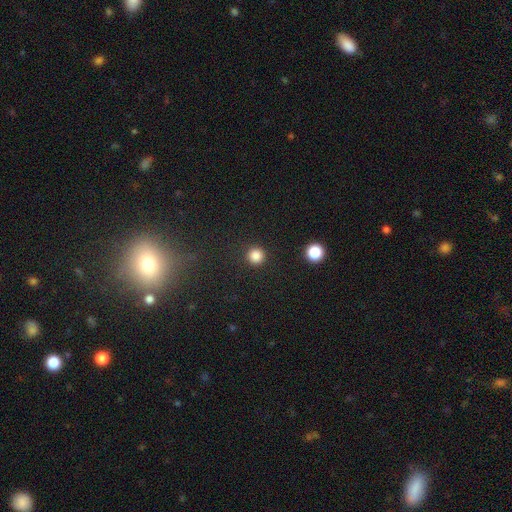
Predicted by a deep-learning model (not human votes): Q: Smooth or featured?
A: smooth (85%); runner-up: star or artifact (12%)
Q: How rounded?
A: round (95%); runner-up: in between (4%)
Q: Merging?
A: none (91%); runner-up: minor disturbance (5%)